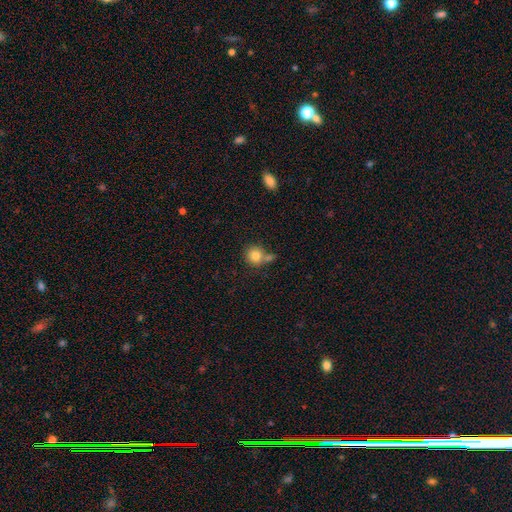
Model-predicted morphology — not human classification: Smooth or featured: smooth — 81% (star or artifact — 10%)
How rounded: round — 90% (in between — 9%)
Merging: none — 59% (merger — 26%)